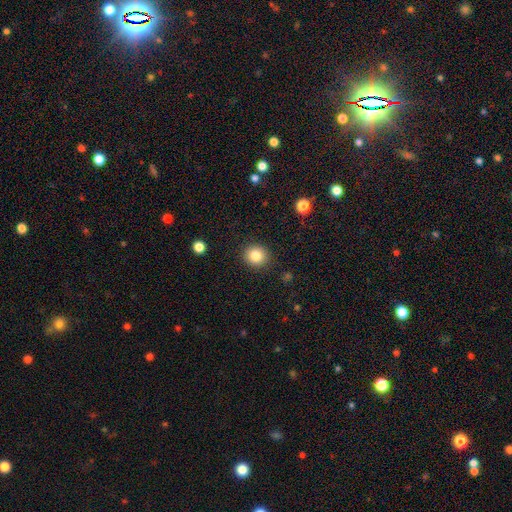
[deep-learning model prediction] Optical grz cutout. It shows a smooth galaxy with no disk features (83%) that is round (87%). Merging: none (90%).